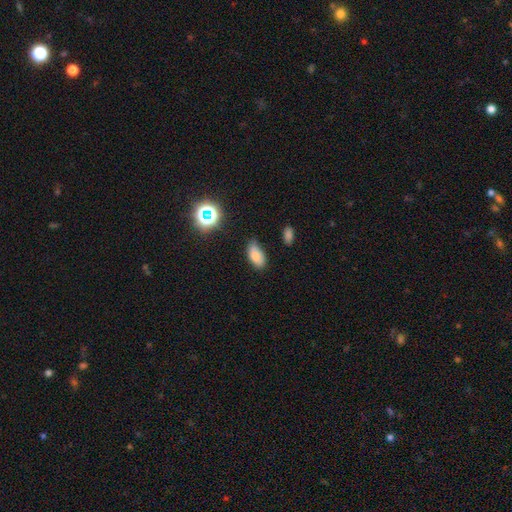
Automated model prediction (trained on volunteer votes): This is likely a smooth galaxy (74%). How rounded: clearly in between (93%). Merging: likely none (69%).